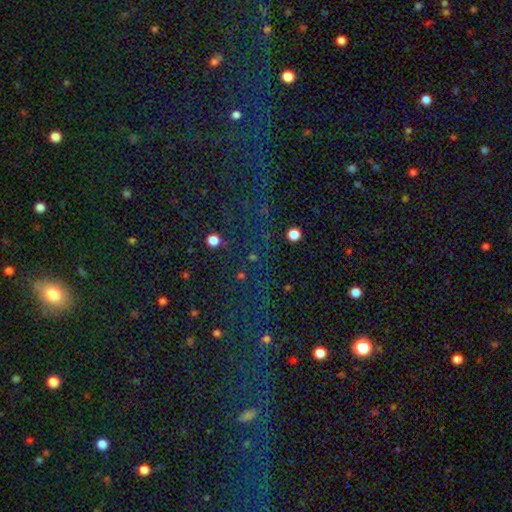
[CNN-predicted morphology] Smooth or featured: star or artifact — 72% (smooth — 16%)